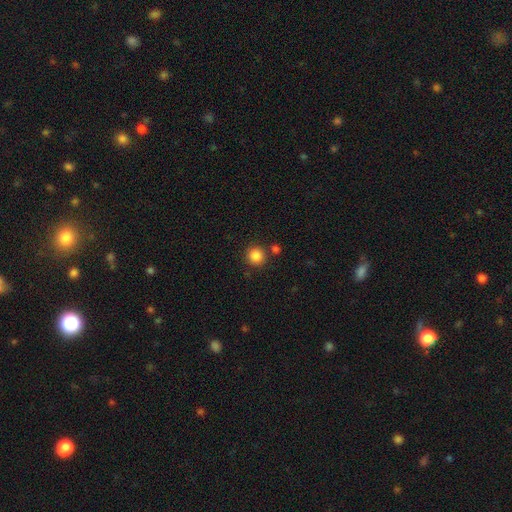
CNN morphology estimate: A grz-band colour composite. It shows a smooth galaxy with no disk features (86%) that is round (93%). Merging: none (83%).